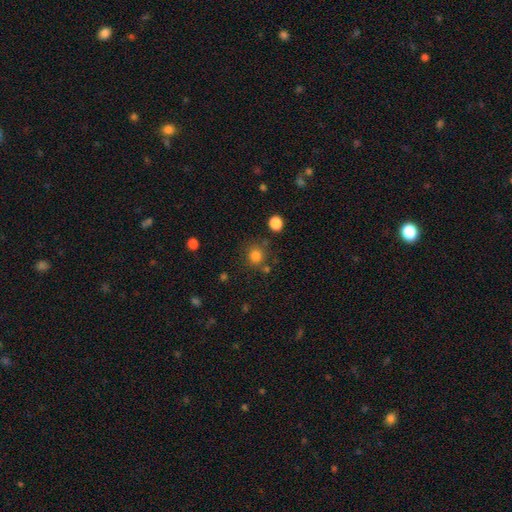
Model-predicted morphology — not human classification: Q: Smooth or featured?
A: smooth (81%); runner-up: star or artifact (14%)
Q: How rounded?
A: round (89%); runner-up: in between (10%)
Q: Merging?
A: none (77%); runner-up: minor disturbance (10%)